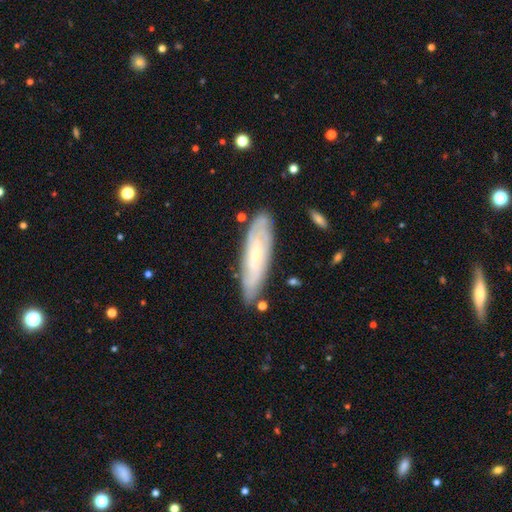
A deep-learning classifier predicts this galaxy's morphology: Smooth or featured? featured or disk (63%)
Edge-on disk? no (71%)
Merging? none (82%)